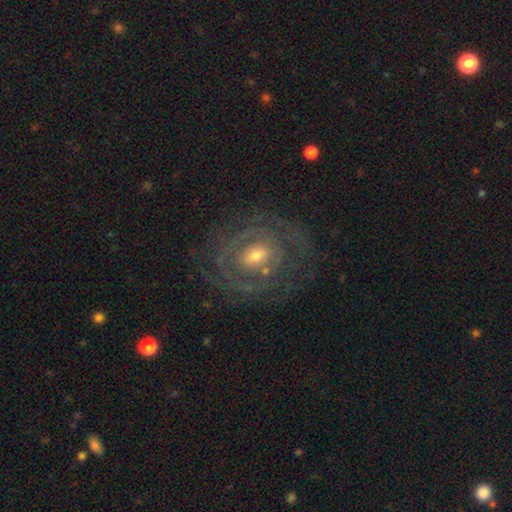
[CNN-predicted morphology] smooth-or-featured: featured or disk: 79% | smooth: 15% | star or artifact: 7%
  disk-edge-on: no: 97% | yes: 3%
    bar: no: 59% | weak: 31% | strong: 11%
    has-spiral-arms: yes: 72% | no: 28%
      spiral-winding: tight: 68% | medium: 22% | loose: 10%
      spiral-arm-count: can't tell: 46% | 2: 24% | 3: 11% | 1: 7% | 4: 7% | more than 4: 5%
    bulge-size: moderate: 48% | small: 44% | large: 5% | none: 1% | dominant: 1%
  merging: none: 69% | minor disturbance: 16% | major disturbance: 13% | merger: 2%